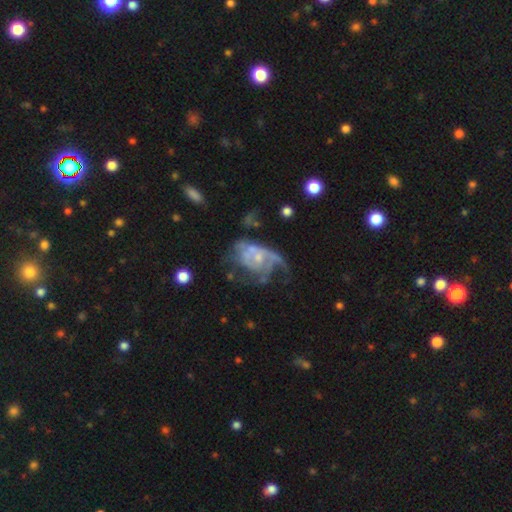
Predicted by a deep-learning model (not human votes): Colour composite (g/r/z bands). It shows a featured or disk galaxy (76%) with no bar (69%), medium (37%) spiral arms (73%) and a small central bulge (57%). Merging: major disturbance (45%).